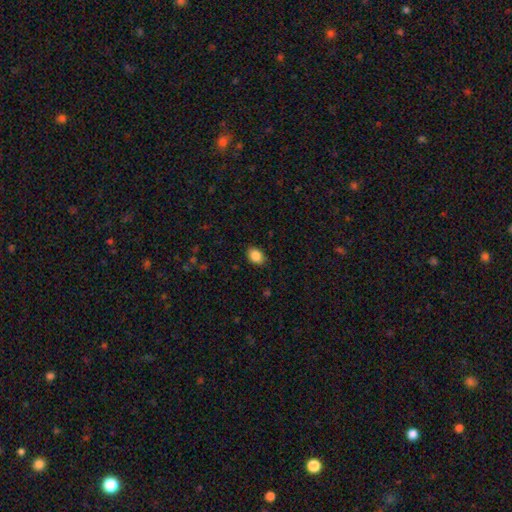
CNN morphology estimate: type=smooth (87%); roundness=in between (74%); merging=none (87%).